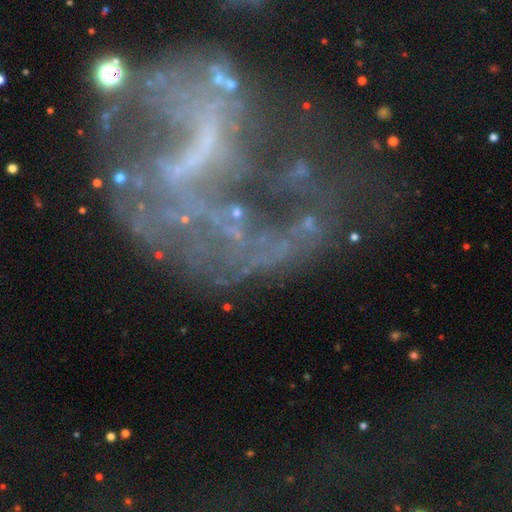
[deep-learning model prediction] This is possibly a featured or disk galaxy (55%). It is clearly not viewed edge-on (92%). Bar: possibly no (56%). Spiral arm pattern: possibly yes (57%). Central bulge: marginally none (38%). Merging: marginally none (44%).